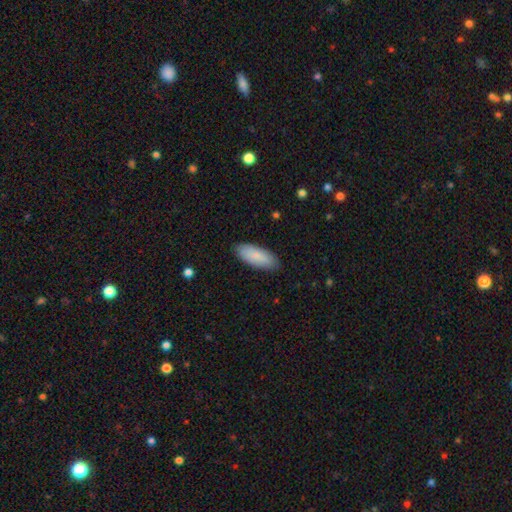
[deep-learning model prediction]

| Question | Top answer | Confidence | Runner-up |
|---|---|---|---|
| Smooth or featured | smooth | 86% | featured or disk (8%) |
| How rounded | in between | 77% | cigar-shaped (21%) |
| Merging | none | 87% | minor disturbance (10%) |